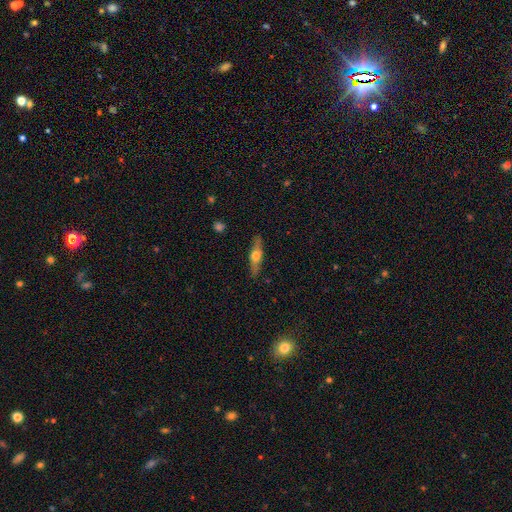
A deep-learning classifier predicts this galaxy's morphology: Smooth or featured? Predicted: featured or disk (p=0.53). Edge-on disk? Predicted: yes (p=0.90). Merging? Predicted: none (p=0.87).